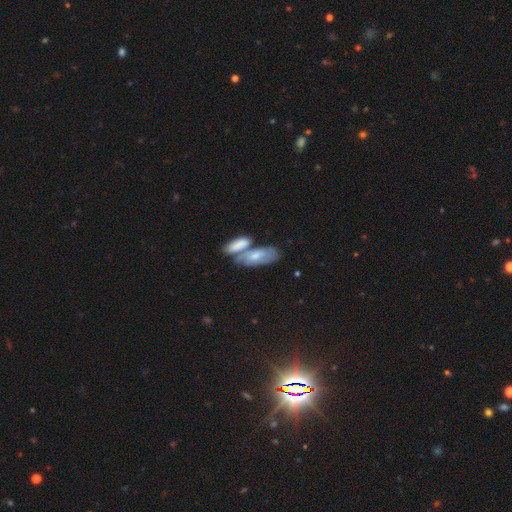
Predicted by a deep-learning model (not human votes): A smooth galaxy with no disk features (58%) that is in between round and cigar-shaped (82%).

Vote fractions:
- Smooth or featured? smooth: 58% / featured or disk: 36% / star or artifact: 6%
- How rounded? in between: 82% / cigar-shaped: 15% / round: 3%
- Merging? merger: 46% / none: 34% / minor disturbance: 14% / major disturbance: 5%